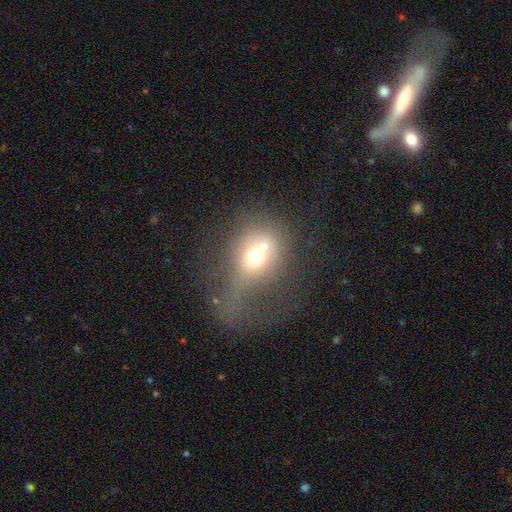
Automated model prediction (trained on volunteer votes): Smooth or featured?
  - smooth: 61% *
  - featured or disk: 23%
  - star or artifact: 16%
How rounded?
  - round: 69% *
  - in between: 30%
  - cigar-shaped: 2%
Merging?
  - merger: 36% *
  - none: 26%
  - major disturbance: 24%
  - minor disturbance: 13%